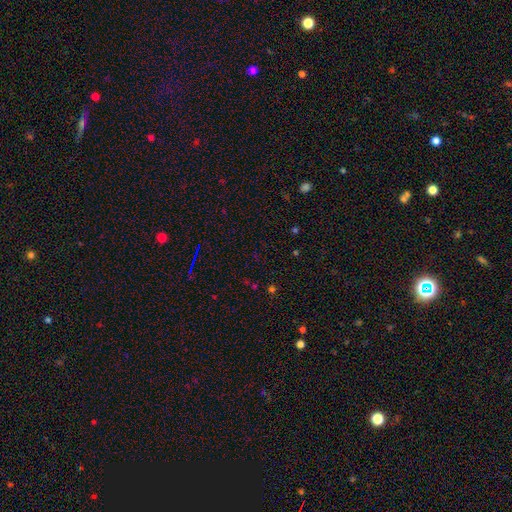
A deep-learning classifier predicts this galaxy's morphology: Smooth or featured? star or artifact (64%)